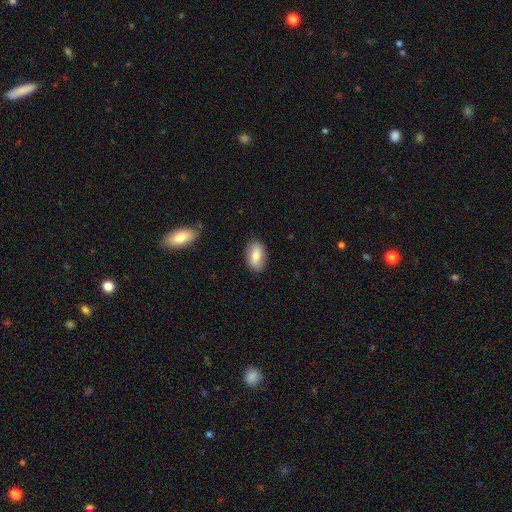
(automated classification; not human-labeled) smooth_or_featured: smooth (p=0.76) [alt: featured or disk p=0.17]
how_rounded: in between (p=0.91) [alt: round p=0.06]
merging: none (p=0.84) [alt: minor disturbance p=0.12]